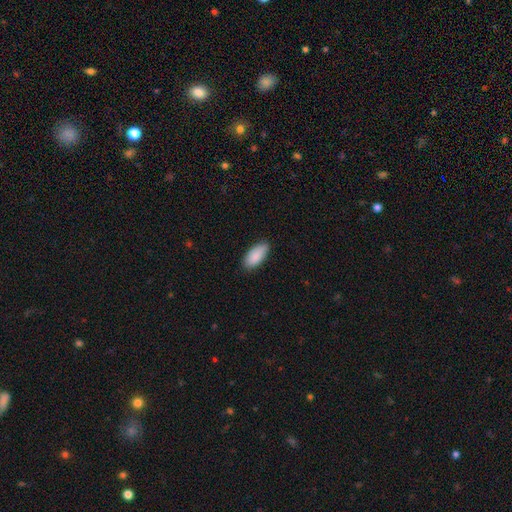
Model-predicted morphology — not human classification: type=smooth (90%); roundness=in between (88%); merging=none (83%).